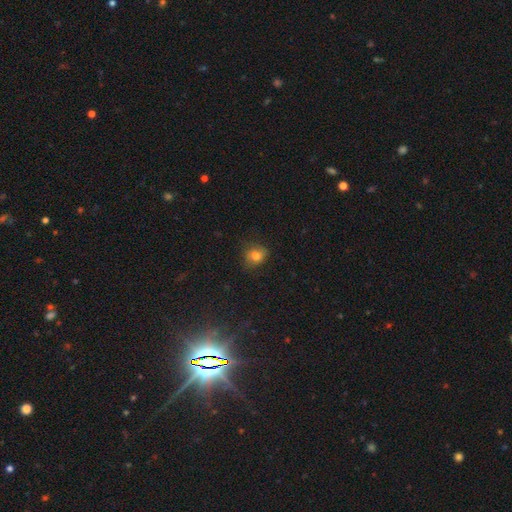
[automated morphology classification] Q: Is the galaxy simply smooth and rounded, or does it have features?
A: smooth — 78%.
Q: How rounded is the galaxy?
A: round — 68%.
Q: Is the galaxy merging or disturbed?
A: none — 75%.